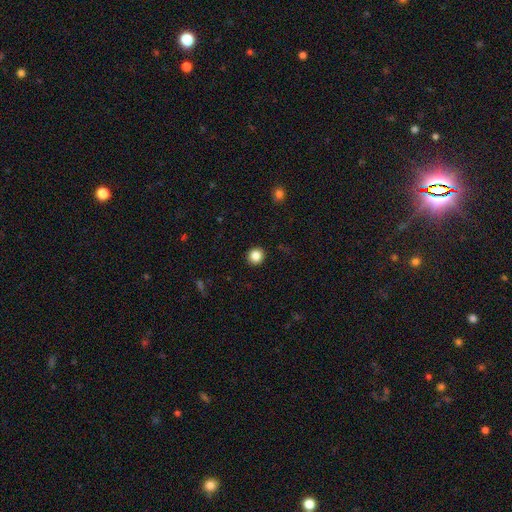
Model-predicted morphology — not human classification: This is clearly a smooth galaxy (85%). How rounded: clearly round (93%). Merging: clearly none (93%).